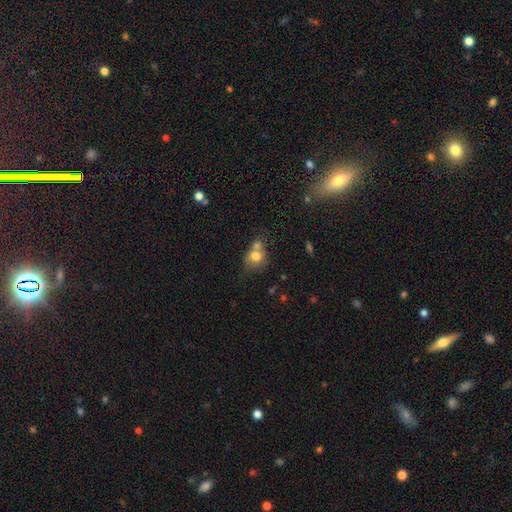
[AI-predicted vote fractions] Smooth or featured: smooth — 76% (featured or disk — 14%)
How rounded: round — 69% (in between — 30%)
Merging: merger — 50% (none — 33%)